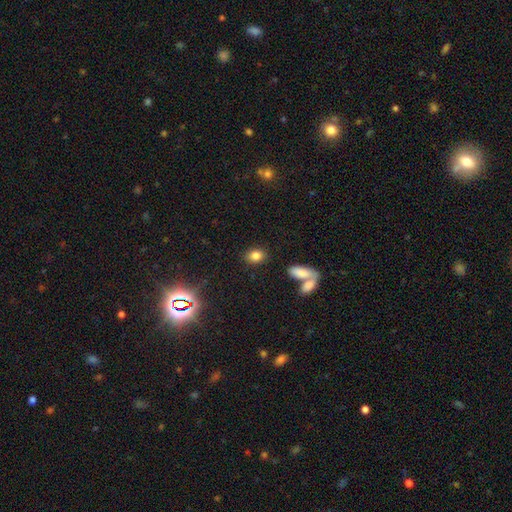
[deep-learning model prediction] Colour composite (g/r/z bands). It shows a smooth galaxy with no disk features (82%) that is in between round and cigar-shaped (67%). Merging: none (81%).